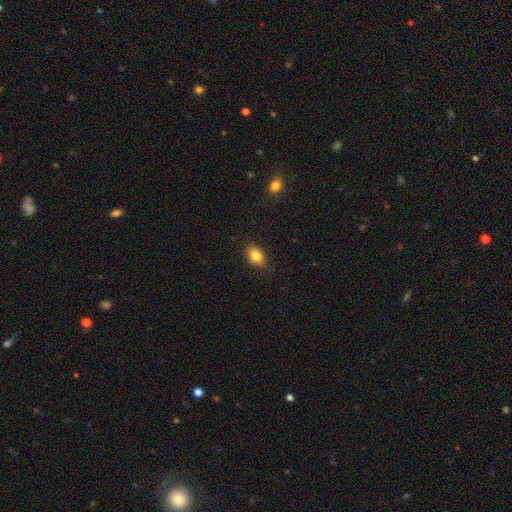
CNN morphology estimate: Q: Smooth or featured?
A: smooth (82%); runner-up: star or artifact (9%)
Q: How rounded?
A: in between (80%); runner-up: round (18%)
Q: Merging?
A: none (84%); runner-up: minor disturbance (12%)